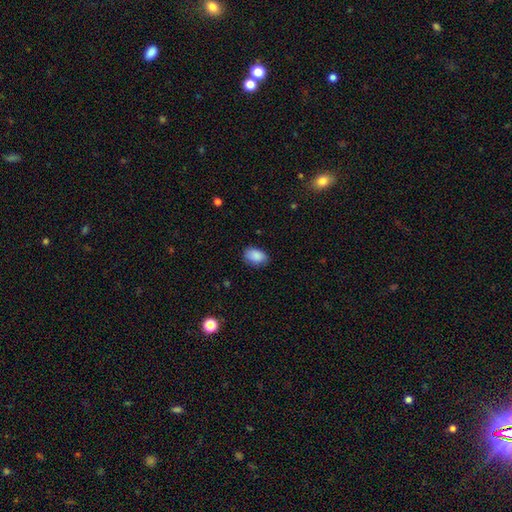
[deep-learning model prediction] Q: Smooth or featured?
A: smooth (88%); runner-up: star or artifact (7%)
Q: How rounded?
A: in between (88%); runner-up: round (11%)
Q: Merging?
A: none (78%); runner-up: minor disturbance (17%)